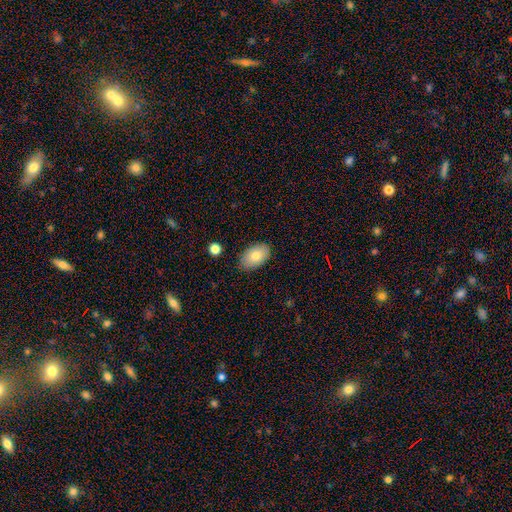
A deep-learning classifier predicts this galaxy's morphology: smooth 80%, featured or disk 13%, star or artifact 7%. Down the decision tree: how rounded — in between (94%); merging — none (83%).